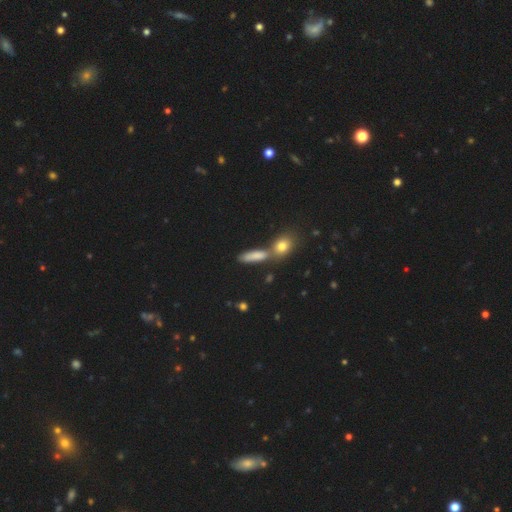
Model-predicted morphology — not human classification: smooth_or_featured: smooth (p=0.75) [alt: featured or disk p=0.14]
how_rounded: cigar-shaped (p=0.55) [alt: in between p=0.38]
merging: none (p=0.58) [alt: merger p=0.25]